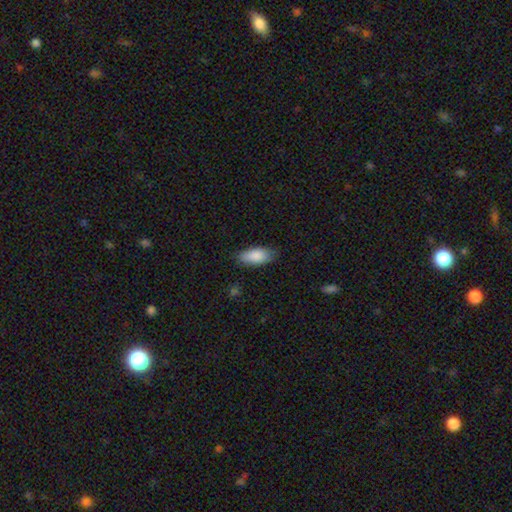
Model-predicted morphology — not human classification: Q: Smooth or featured?
A: smooth (87%); runner-up: featured or disk (6%)
Q: How rounded?
A: in between (89%); runner-up: cigar-shaped (9%)
Q: Merging?
A: none (81%); runner-up: minor disturbance (15%)